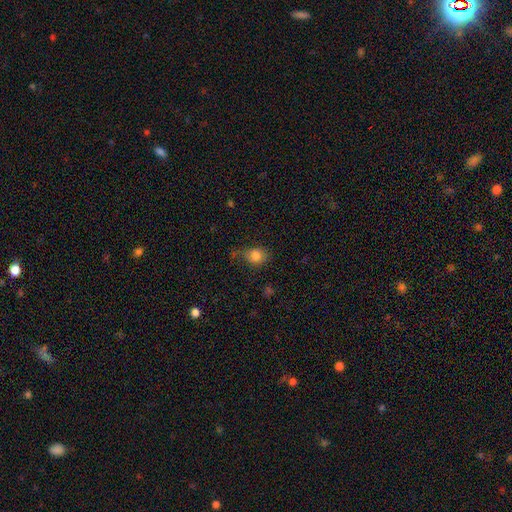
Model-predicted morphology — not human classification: A smooth galaxy with no disk features (81%) that is round (53%).

Vote fractions:
- Smooth or featured? smooth: 81% / star or artifact: 10% / featured or disk: 8%
- How rounded? round: 53% / in between: 46% / cigar-shaped: 1%
- Merging? none: 62% / minor disturbance: 27% / major disturbance: 8% / merger: 3%